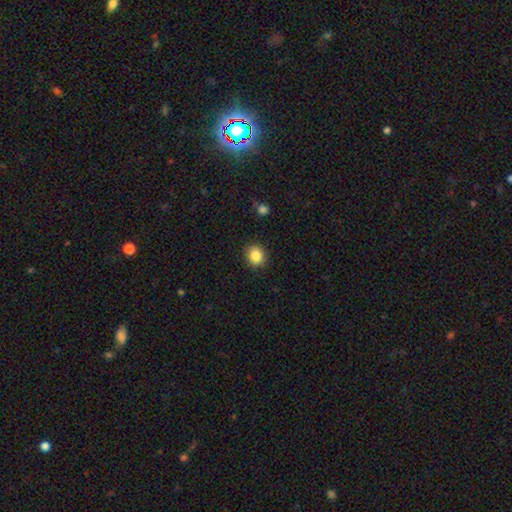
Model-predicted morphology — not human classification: Smooth or featured? Predicted: smooth (p=0.86). How rounded? Predicted: round (p=0.79). Merging? Predicted: none (p=0.89).